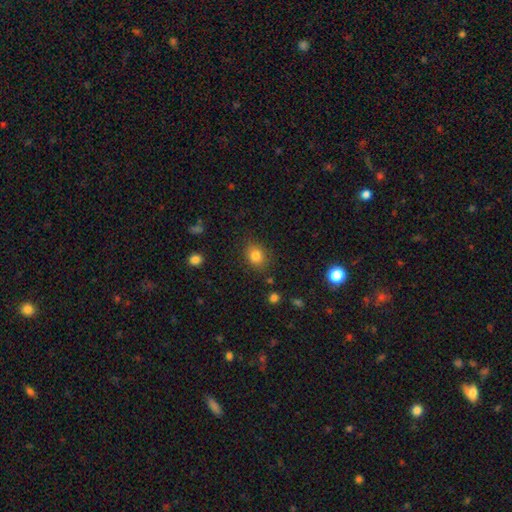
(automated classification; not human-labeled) Smooth or featured? Predicted: smooth (p=0.81). How rounded? Predicted: round (p=0.56). Merging? Predicted: none (p=0.82).